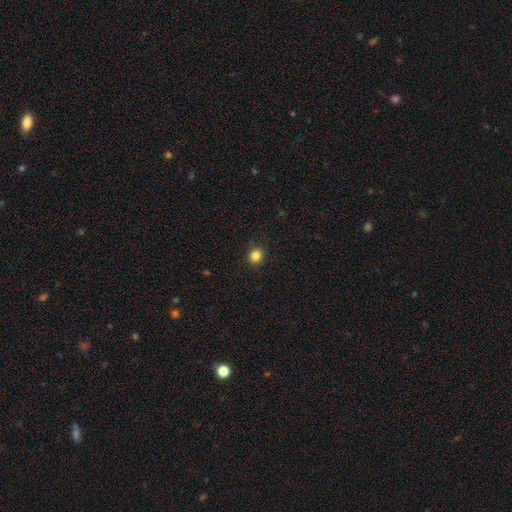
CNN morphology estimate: smooth_or_featured: smooth (p=0.84) [alt: star or artifact p=0.12]
how_rounded: round (p=0.90) [alt: in between p=0.09]
merging: none (p=0.91) [alt: minor disturbance p=0.06]